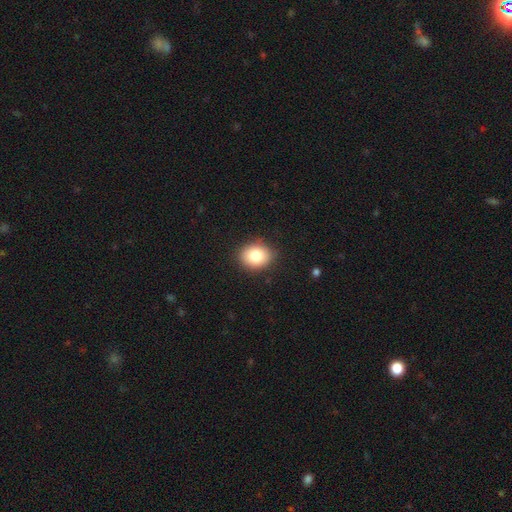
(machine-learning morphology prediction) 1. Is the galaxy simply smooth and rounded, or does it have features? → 82% smooth, 9% star or artifact, 9% featured or disk.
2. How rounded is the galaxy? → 53% round, 47% in between, 1% cigar-shaped.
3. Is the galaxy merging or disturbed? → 87% none, 10% minor disturbance, 2% major disturbance, 1% merger.